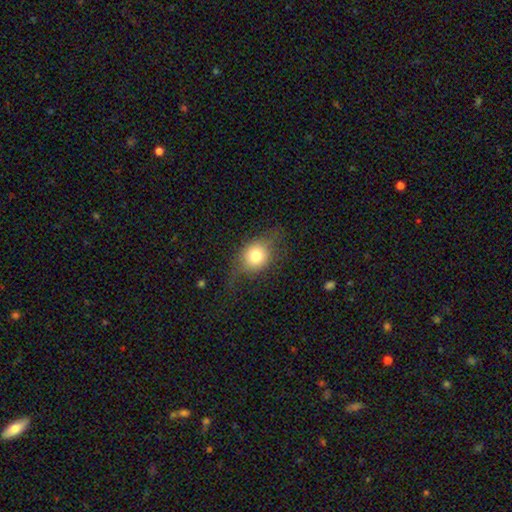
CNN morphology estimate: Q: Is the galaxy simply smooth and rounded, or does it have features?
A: smooth — 68%.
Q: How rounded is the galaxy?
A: round — 62%.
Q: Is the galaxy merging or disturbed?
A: none — 60%.